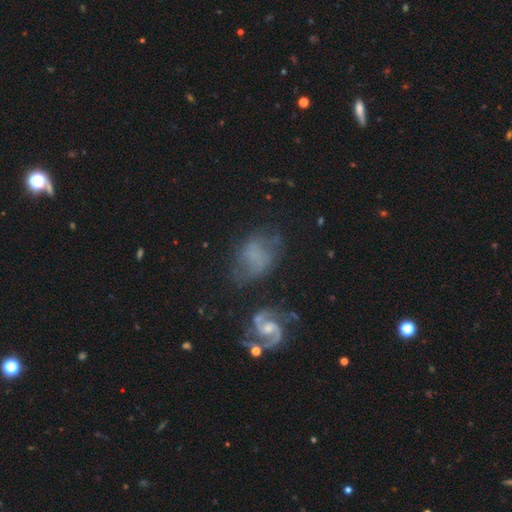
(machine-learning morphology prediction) smooth_or_featured: featured or disk (p=0.49) [alt: smooth p=0.37]
merging: none (p=0.45) [alt: minor disturbance p=0.26]